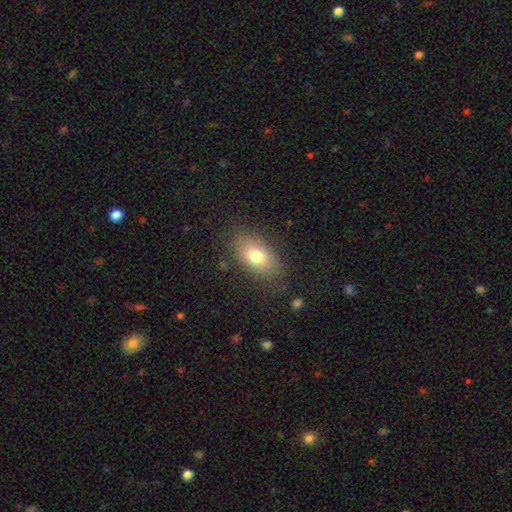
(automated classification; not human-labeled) Q: Smooth or featured?
A: smooth (75%); runner-up: featured or disk (15%)
Q: How rounded?
A: in between (88%); runner-up: round (10%)
Q: Merging?
A: none (80%); runner-up: minor disturbance (13%)